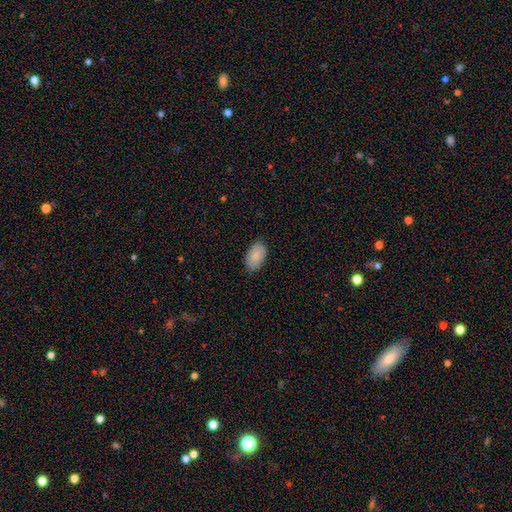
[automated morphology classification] This is clearly a smooth galaxy (89%). How rounded: clearly in between (94%). Merging: clearly none (83%).